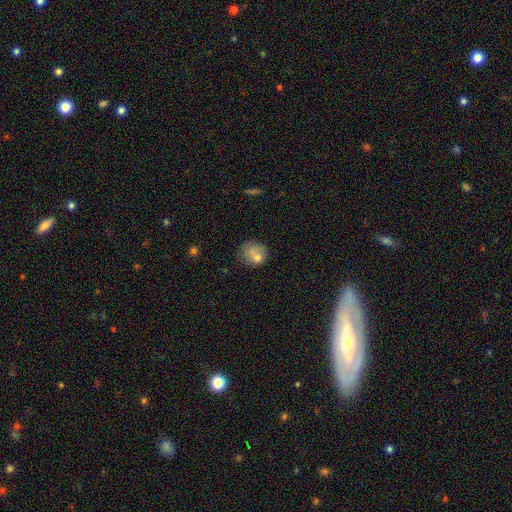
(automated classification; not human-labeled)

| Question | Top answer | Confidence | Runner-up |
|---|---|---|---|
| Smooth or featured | smooth | 76% | featured or disk (14%) |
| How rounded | round | 72% | in between (27%) |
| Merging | none | 50% | minor disturbance (26%) |